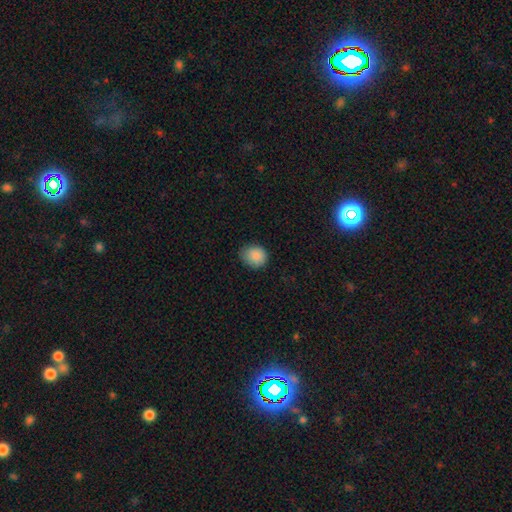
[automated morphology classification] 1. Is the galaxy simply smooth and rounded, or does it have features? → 88% smooth, 8% star or artifact, 4% featured or disk.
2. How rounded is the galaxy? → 72% round, 27% in between, 1% cigar-shaped.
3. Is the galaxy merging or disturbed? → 75% none, 21% minor disturbance, 3% major disturbance, 1% merger.